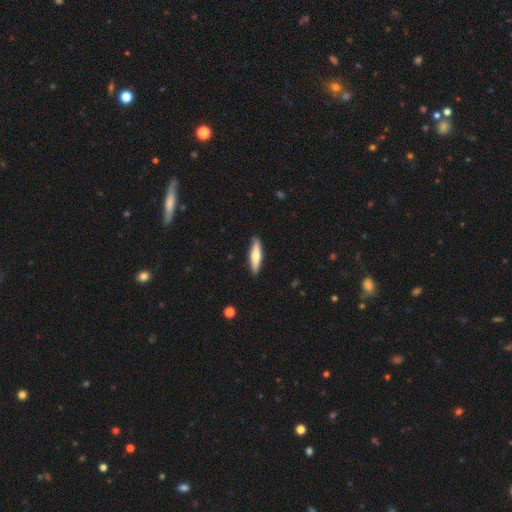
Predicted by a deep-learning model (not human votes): Overall: smooth (64%; featured or disk 31%). How rounded: cigar-shaped (74%). Merging: none (88%).